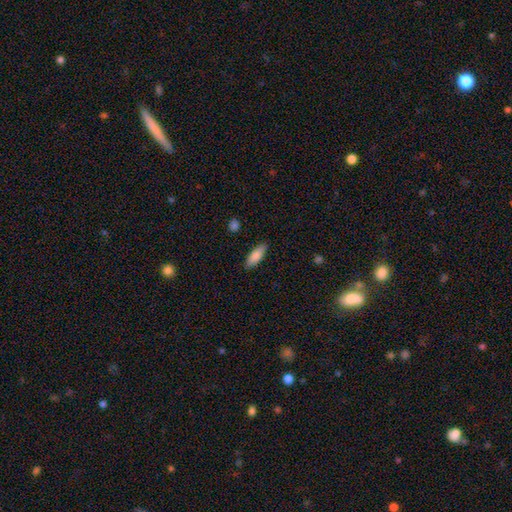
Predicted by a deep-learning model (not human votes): Smooth or featured? smooth (83%)
How rounded? in between (63%)
Merging? none (88%)